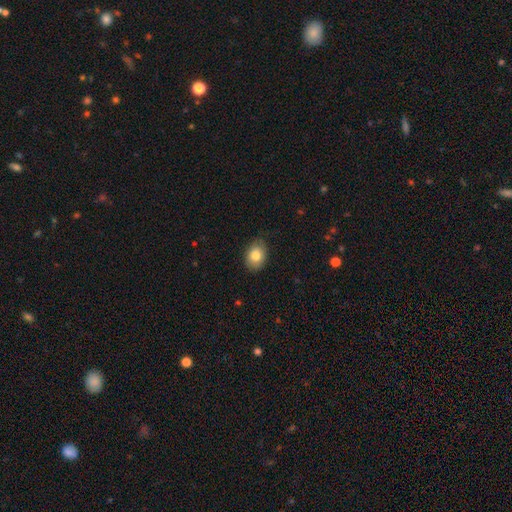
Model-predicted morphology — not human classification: Q: Smooth or featured?
A: smooth (81%); runner-up: featured or disk (10%)
Q: How rounded?
A: in between (72%); runner-up: round (27%)
Q: Merging?
A: none (82%); runner-up: minor disturbance (14%)